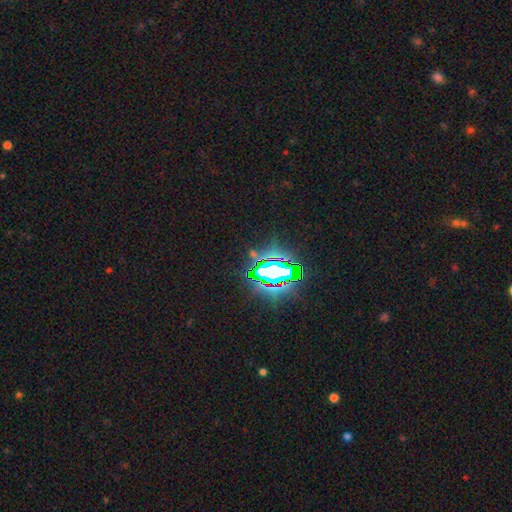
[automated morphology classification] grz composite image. It shows a star or artifact, not a galaxy (79%).